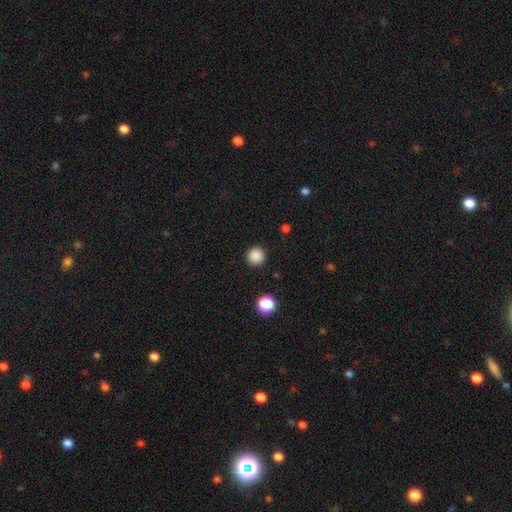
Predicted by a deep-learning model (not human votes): Smooth or featured? smooth (87%)
How rounded? round (96%)
Merging? none (92%)